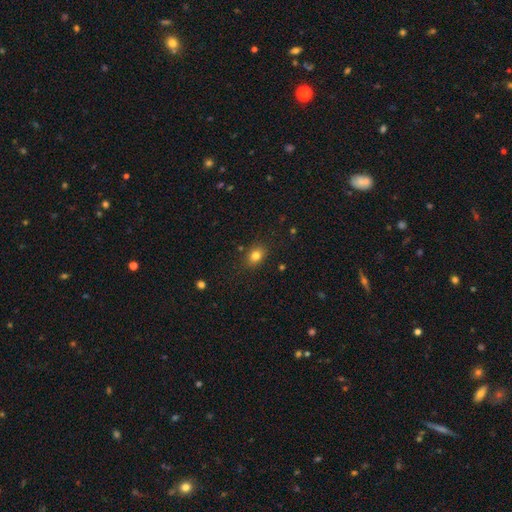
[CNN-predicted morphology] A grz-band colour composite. It shows a smooth galaxy with no disk features (81%) that is in between round and cigar-shaped (59%). Merging: none (84%).